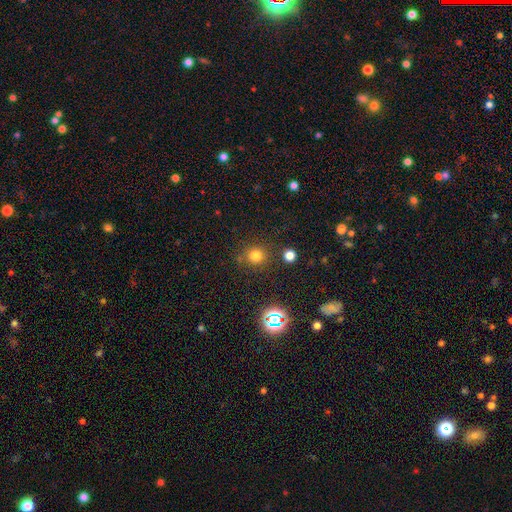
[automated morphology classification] type=smooth (74%); roundness=round (89%); merging=none (80%).